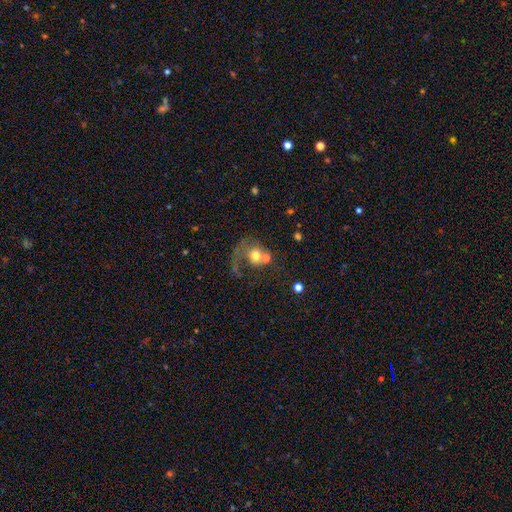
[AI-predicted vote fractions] This appears to be a smooth galaxy with no disk features (51%) that is round (73%). Merging: merger (41%).